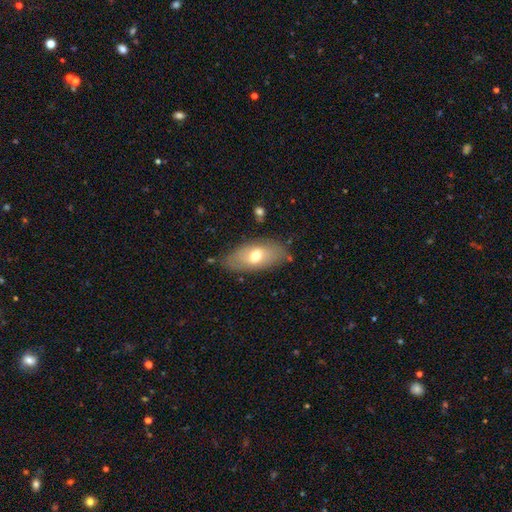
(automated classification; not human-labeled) Smooth or featured: smooth — 61% (featured or disk — 32%)
How rounded: in between — 89% (cigar-shaped — 8%)
Merging: none — 76% (minor disturbance — 17%)